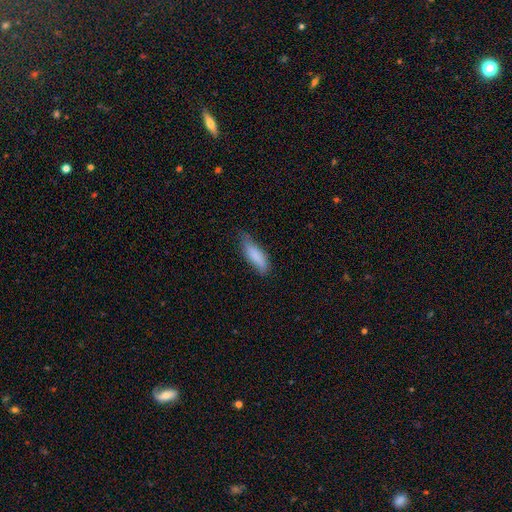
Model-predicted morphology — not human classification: Smooth or featured: smooth — 83% (featured or disk — 11%)
How rounded: in between — 50% (cigar-shaped — 48%)
Merging: none — 60% (minor disturbance — 32%)